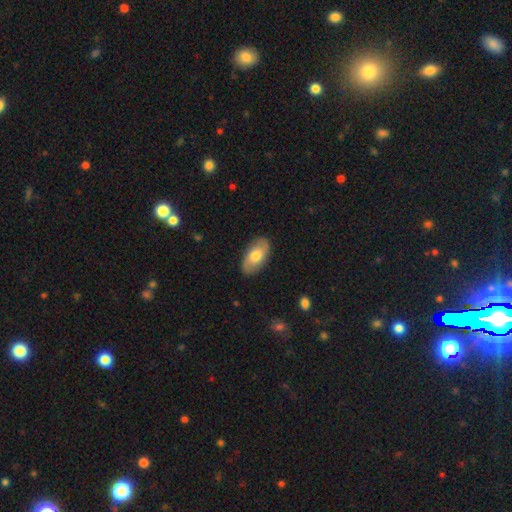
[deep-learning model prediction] The model was most divided on "smooth or featured": smooth: 56%, featured or disk: 38%, star or artifact: 6%. More confident: how rounded — in between (94%); merging — none (85%).